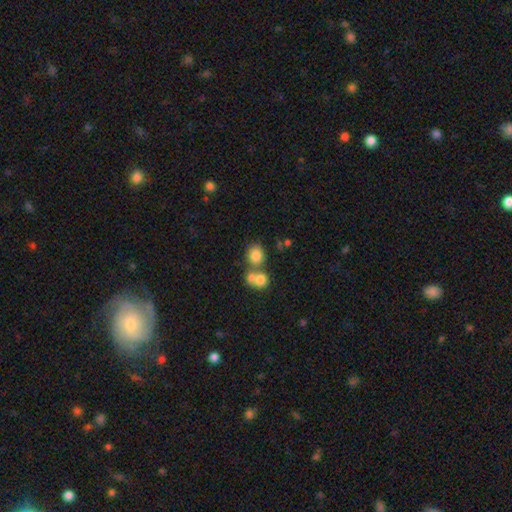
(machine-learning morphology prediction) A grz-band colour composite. It shows a smooth galaxy with no disk features (78%) that is round (77%). Merging: none (50%).